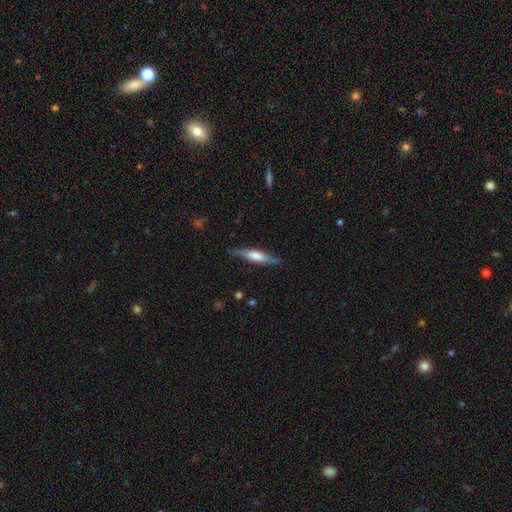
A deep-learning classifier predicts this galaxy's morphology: The model was most divided on "edge-on bulge": rounded: 53%, boxy: 37%, none: 11%. More confident: edge-on disk — yes (94%); merging — none (83%); smooth or featured — featured or disk (58%).